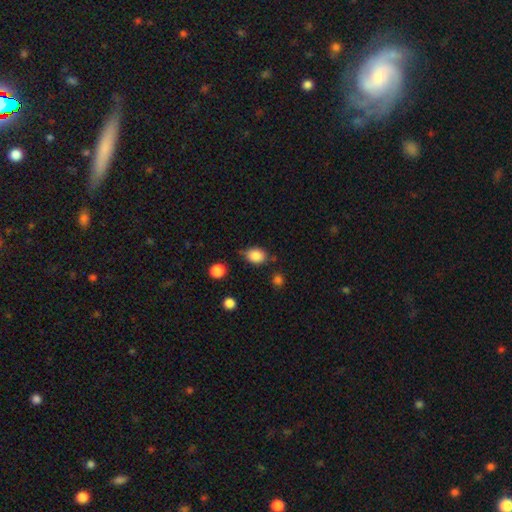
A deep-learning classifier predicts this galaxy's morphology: The model was most divided on "how rounded": in between: 64%, round: 35%, cigar-shaped: 1%. More confident: smooth or featured — smooth (86%); merging — none (68%).